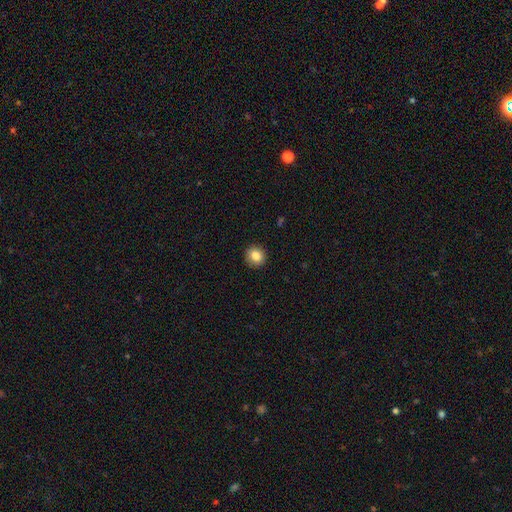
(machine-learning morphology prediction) A smooth galaxy with no disk features (85%) that is round (87%). Merging: none (92%).